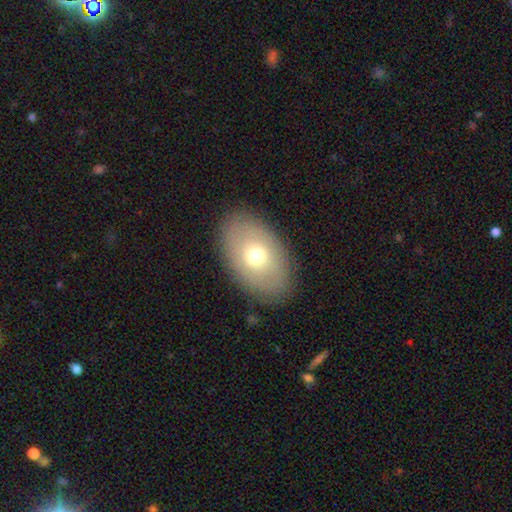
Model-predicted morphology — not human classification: smooth_or_featured: smooth (p=0.64) [alt: featured or disk p=0.28]
how_rounded: in between (p=0.89) [alt: round p=0.10]
merging: none (p=0.85) [alt: minor disturbance p=0.10]